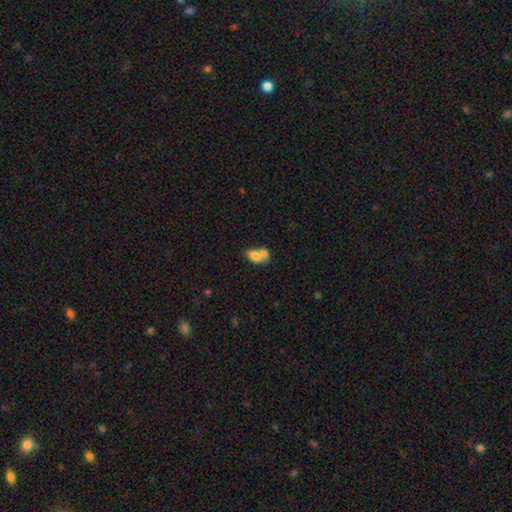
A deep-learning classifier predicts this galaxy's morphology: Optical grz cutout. It shows a smooth galaxy with no disk features (73%) that is in between round and cigar-shaped (85%). Merging: merger (63%).